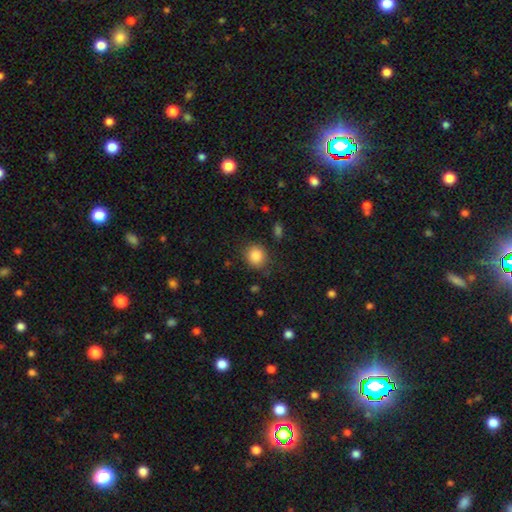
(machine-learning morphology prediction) Smooth or featured?
  - smooth: 86% *
  - star or artifact: 9%
  - featured or disk: 5%
How rounded?
  - round: 75% *
  - in between: 24%
  - cigar-shaped: 1%
Merging?
  - none: 82% *
  - minor disturbance: 12%
  - major disturbance: 4%
  - merger: 2%